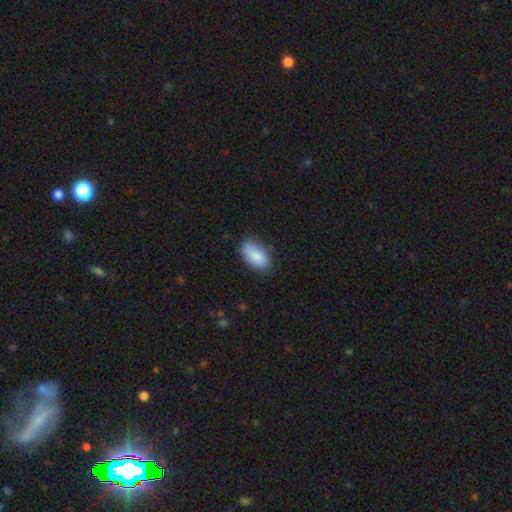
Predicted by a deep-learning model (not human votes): Q: Smooth or featured?
A: smooth (86%); runner-up: featured or disk (8%)
Q: How rounded?
A: in between (94%); runner-up: round (4%)
Q: Merging?
A: none (72%); runner-up: minor disturbance (22%)